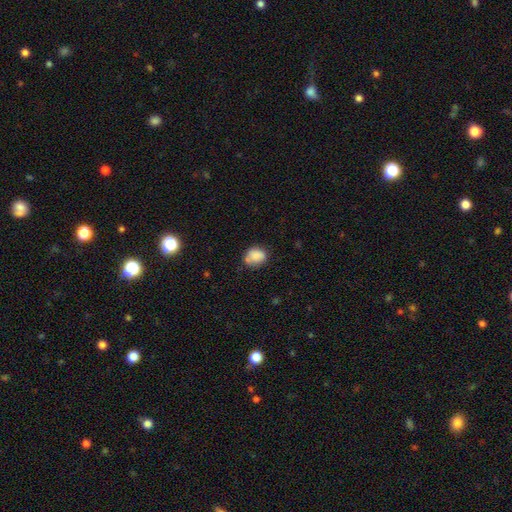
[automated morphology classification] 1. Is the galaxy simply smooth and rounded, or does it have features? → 82% smooth, 9% star or artifact, 9% featured or disk.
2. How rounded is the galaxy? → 56% round, 43% in between, 1% cigar-shaped.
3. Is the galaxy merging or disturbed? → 60% none, 25% minor disturbance, 8% merger, 6% major disturbance.